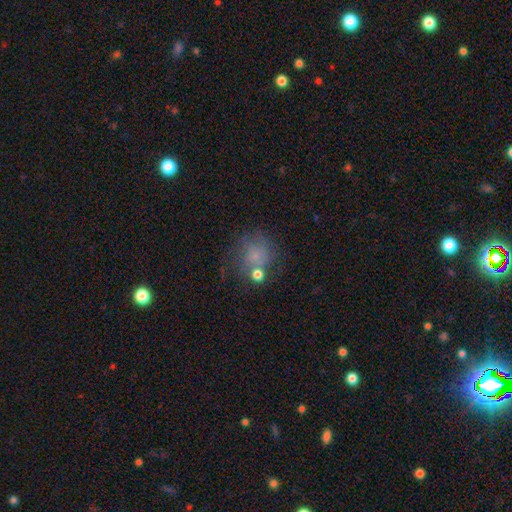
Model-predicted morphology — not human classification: type=smooth (64%); roundness=round (79%); merging=none (51%).